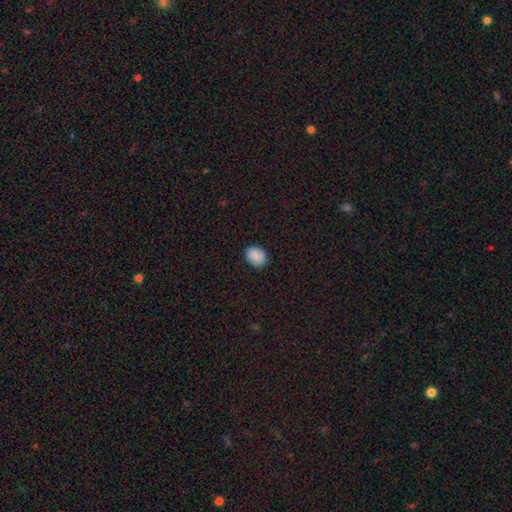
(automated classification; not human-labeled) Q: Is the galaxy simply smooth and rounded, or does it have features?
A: smooth — 85%.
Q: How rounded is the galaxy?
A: in between — 56%.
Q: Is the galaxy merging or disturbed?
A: none — 86%.